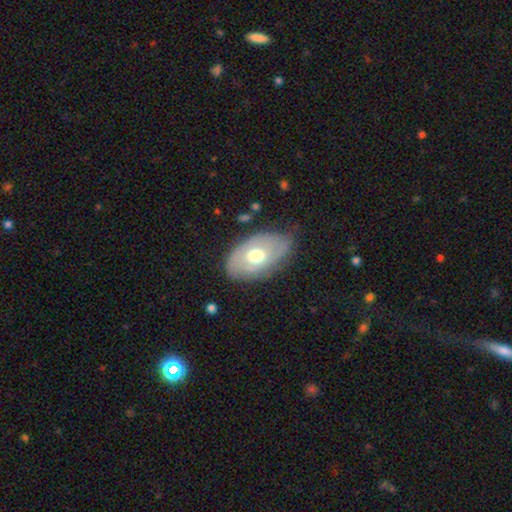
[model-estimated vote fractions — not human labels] A featured or disk galaxy (52%).

Vote fractions:
- Smooth or featured? featured or disk: 52% / smooth: 42% / star or artifact: 6%
- Edge-on disk? no: 90% / yes: 10%
- Merging? none: 58% / minor disturbance: 31% / major disturbance: 9% / merger: 2%